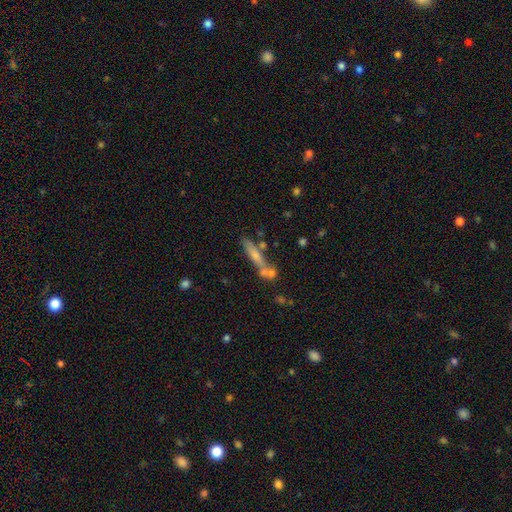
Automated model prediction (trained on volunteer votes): Morphology: type=featured or disk (49%); merging=none (53%).